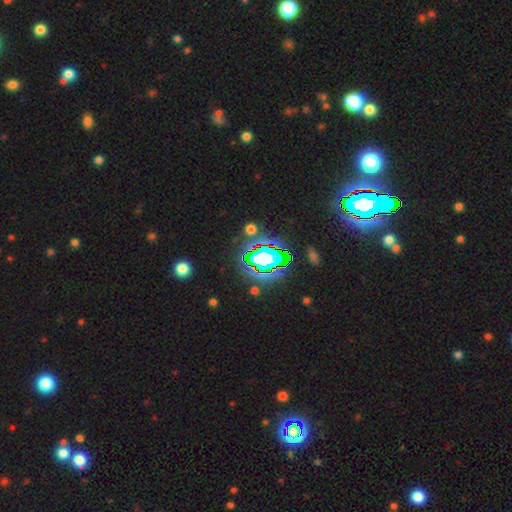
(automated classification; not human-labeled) The model was most divided on "smooth or featured": star or artifact: 78%, smooth: 12%, featured or disk: 10%.